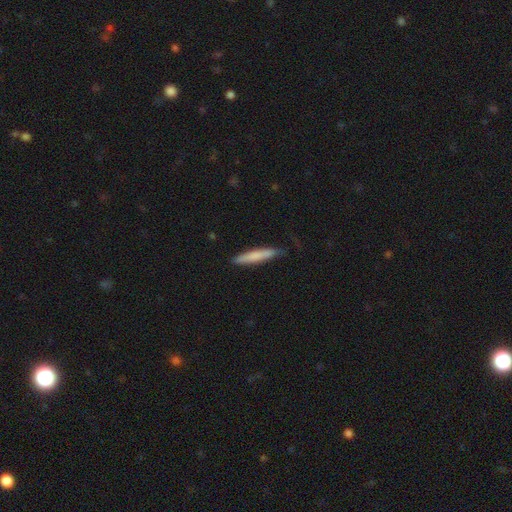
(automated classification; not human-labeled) Smooth or featured: smooth — 73% (featured or disk — 22%)
How rounded: cigar-shaped — 92% (in between — 7%)
Merging: none — 74% (minor disturbance — 21%)